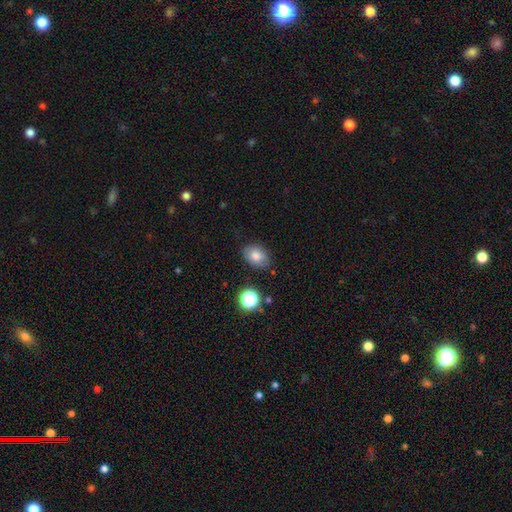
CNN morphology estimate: smooth-or-featured: smooth: 80% | star or artifact: 11% | featured or disk: 9%
  how-rounded: in between: 70% | round: 29% | cigar-shaped: 1%
  merging: none: 80% | minor disturbance: 14% | major disturbance: 3% | merger: 2%